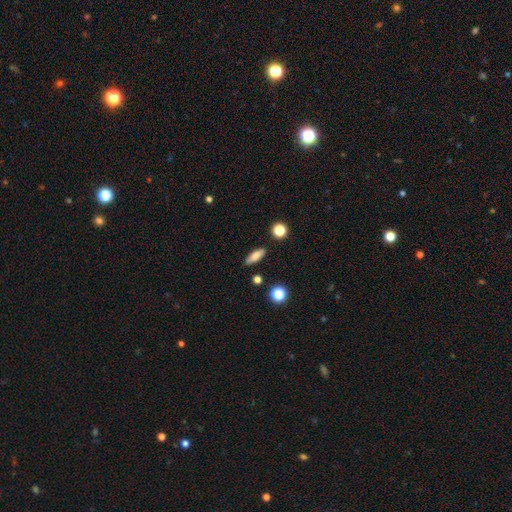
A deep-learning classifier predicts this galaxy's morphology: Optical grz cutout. It shows a smooth galaxy with no disk features (78%) that is in between round and cigar-shaped (54%). Merging: none (86%).